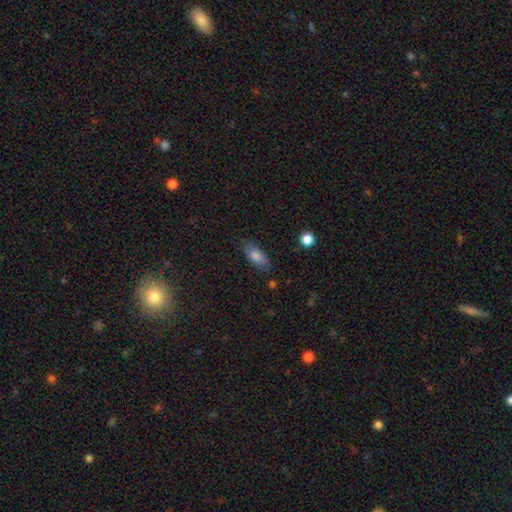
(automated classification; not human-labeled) Smooth or featured? Predicted: smooth (p=0.81). How rounded? Predicted: in between (p=0.84). Merging? Predicted: none (p=0.76).